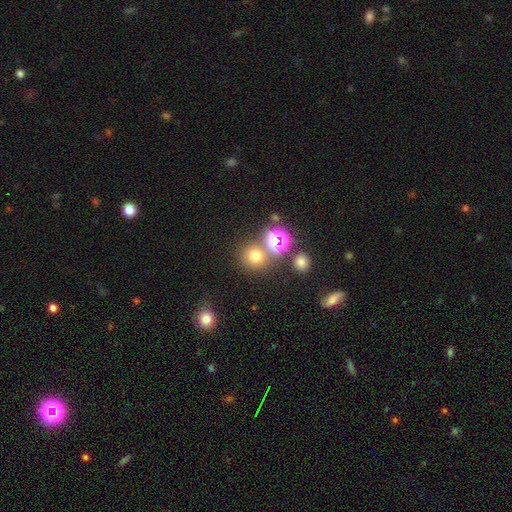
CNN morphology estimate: A smooth galaxy with no disk features (67%) that is round (87%).

Vote fractions:
- Smooth or featured? smooth: 67% / star or artifact: 26% / featured or disk: 8%
- How rounded? round: 87% / in between: 12% / cigar-shaped: 1%
- Merging? none: 71% / merger: 16% / minor disturbance: 9% / major disturbance: 4%